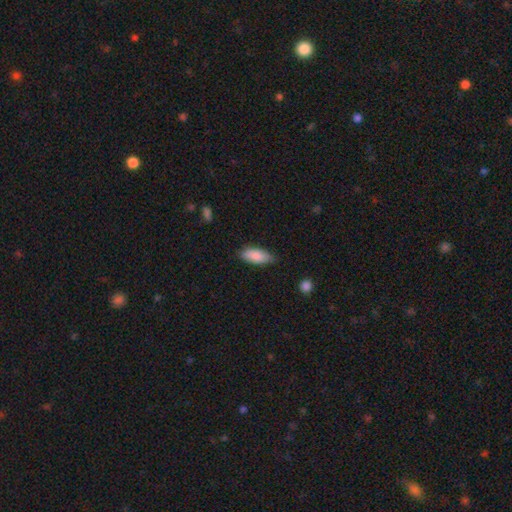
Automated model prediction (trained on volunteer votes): The model was most divided on "merging": none: 74%, minor disturbance: 21%, major disturbance: 3%, merger: 1%. More confident: smooth or featured — smooth (87%); how rounded — in between (81%).